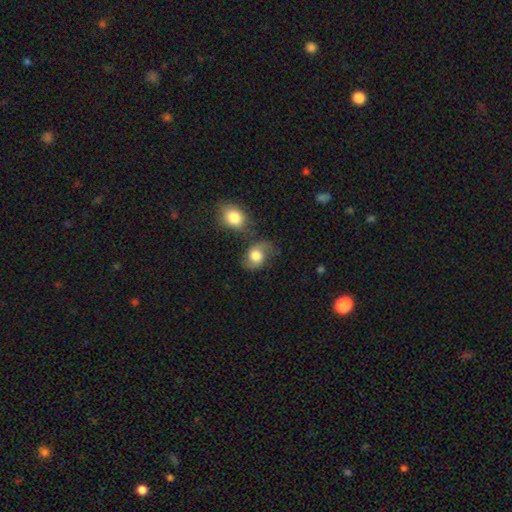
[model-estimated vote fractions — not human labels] Q: Smooth or featured?
A: smooth (62%); runner-up: featured or disk (30%)
Q: How rounded?
A: in between (57%); runner-up: round (42%)
Q: Merging?
A: none (52%); runner-up: minor disturbance (23%)